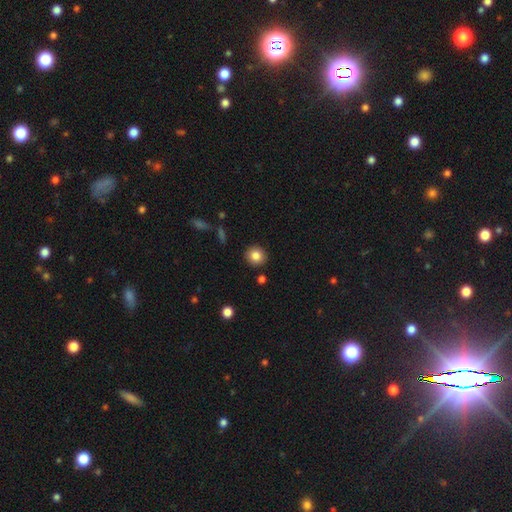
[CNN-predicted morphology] Smooth or featured? Predicted: smooth (p=0.84). How rounded? Predicted: round (p=0.88). Merging? Predicted: none (p=0.89).